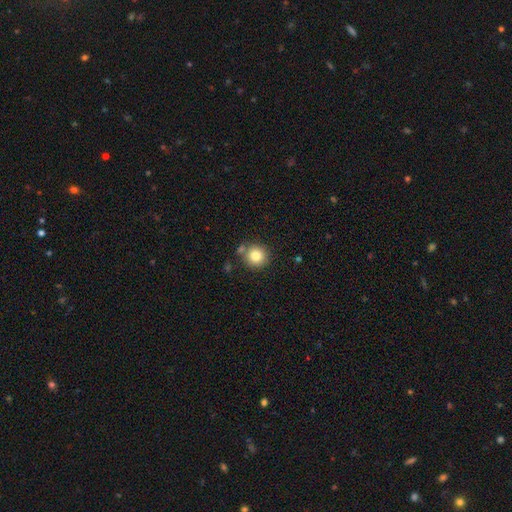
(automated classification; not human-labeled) Smooth or featured?
  - smooth: 81% *
  - star or artifact: 10%
  - featured or disk: 8%
How rounded?
  - round: 93% *
  - in between: 6%
  - cigar-shaped: 1%
Merging?
  - none: 76% *
  - merger: 11%
  - minor disturbance: 10%
  - major disturbance: 3%